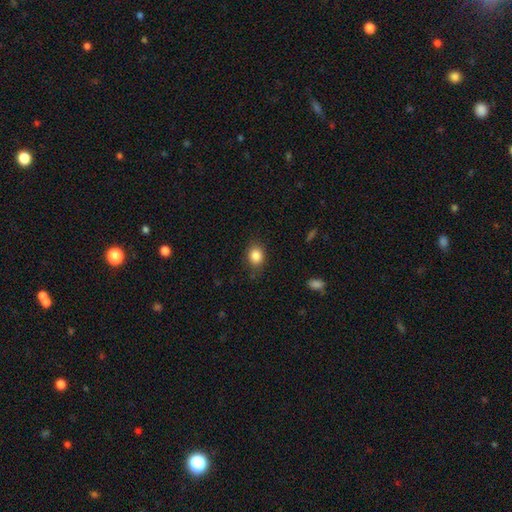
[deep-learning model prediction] Smooth or featured?
  - smooth: 85% *
  - star or artifact: 9%
  - featured or disk: 5%
How rounded?
  - in between: 50% *
  - round: 49%
  - cigar-shaped: 1%
Merging?
  - none: 82% *
  - minor disturbance: 13%
  - major disturbance: 3%
  - merger: 1%